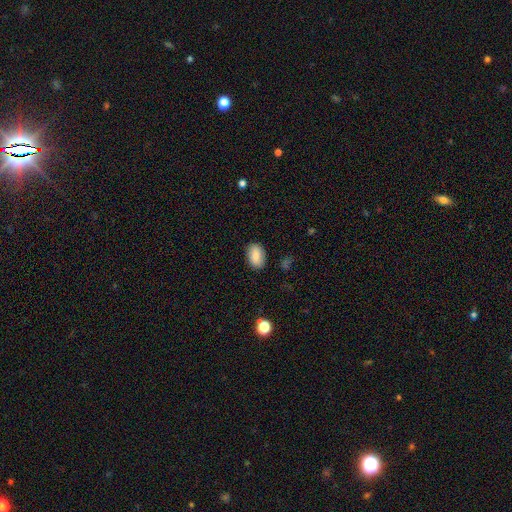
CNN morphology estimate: Smooth or featured?
  - smooth: 82% *
  - featured or disk: 11%
  - star or artifact: 8%
How rounded?
  - in between: 89% *
  - round: 9%
  - cigar-shaped: 2%
Merging?
  - none: 85% *
  - minor disturbance: 11%
  - major disturbance: 3%
  - merger: 1%